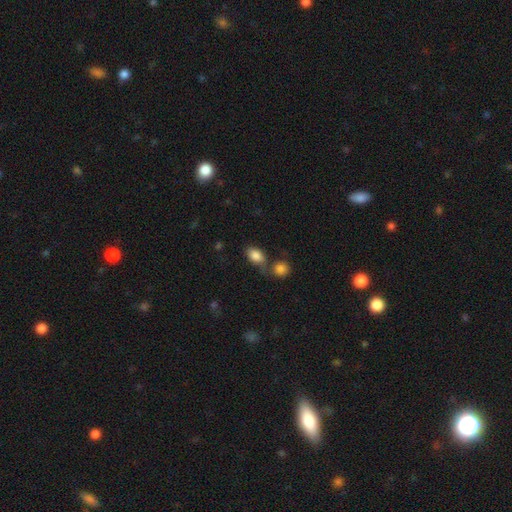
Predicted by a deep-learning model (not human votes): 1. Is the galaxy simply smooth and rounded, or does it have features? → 85% smooth, 8% star or artifact, 7% featured or disk.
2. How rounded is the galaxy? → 86% in between, 13% round, 2% cigar-shaped.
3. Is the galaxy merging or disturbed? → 49% none, 31% merger, 14% minor disturbance, 5% major disturbance.